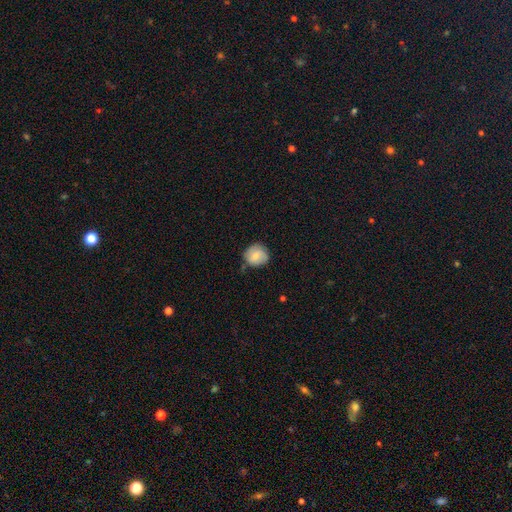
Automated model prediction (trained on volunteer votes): Overall: smooth (73%). How rounded: round (85%). Merging: none (68%).